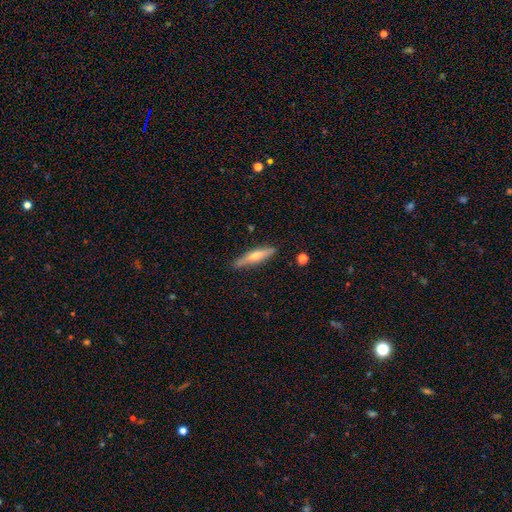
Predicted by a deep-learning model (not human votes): featured or disk 52%, smooth 43%, star or artifact 6%. Down the decision tree: edge-on disk — yes (94%); merging — none (88%).